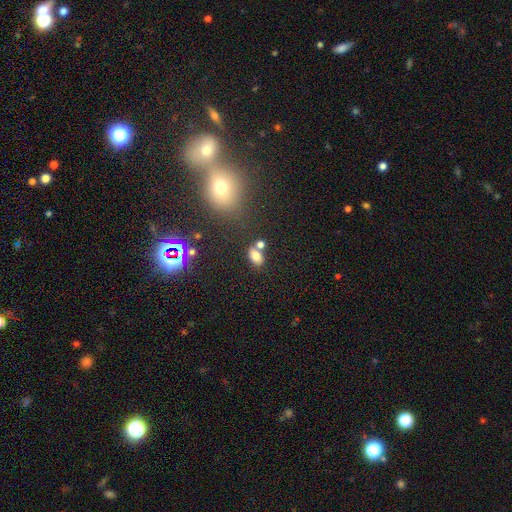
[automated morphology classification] Q: Smooth or featured?
A: smooth (76%); runner-up: star or artifact (13%)
Q: How rounded?
A: in between (84%); runner-up: round (14%)
Q: Merging?
A: none (60%); runner-up: merger (24%)